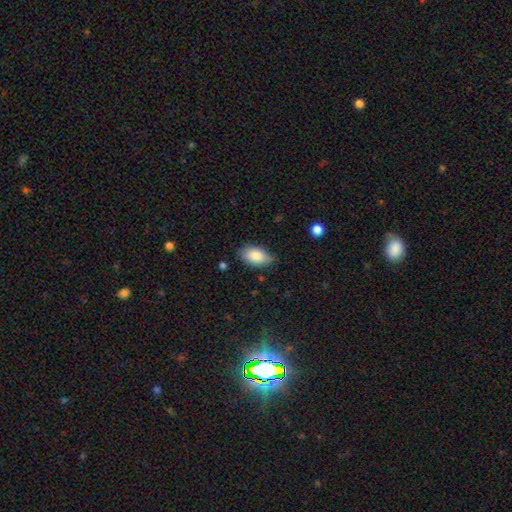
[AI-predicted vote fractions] Q: Smooth or featured?
A: smooth (85%); runner-up: featured or disk (9%)
Q: How rounded?
A: in between (92%); runner-up: round (6%)
Q: Merging?
A: none (77%); runner-up: minor disturbance (18%)